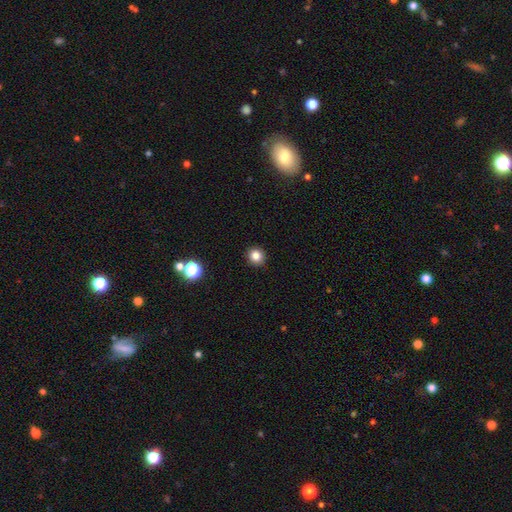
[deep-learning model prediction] A smooth galaxy with no disk features (83%) that is round (92%).

Vote fractions:
- Smooth or featured? smooth: 83% / star or artifact: 12% / featured or disk: 5%
- How rounded? round: 92% / in between: 7% / cigar-shaped: 1%
- Merging? none: 92% / minor disturbance: 5% / major disturbance: 2% / merger: 1%